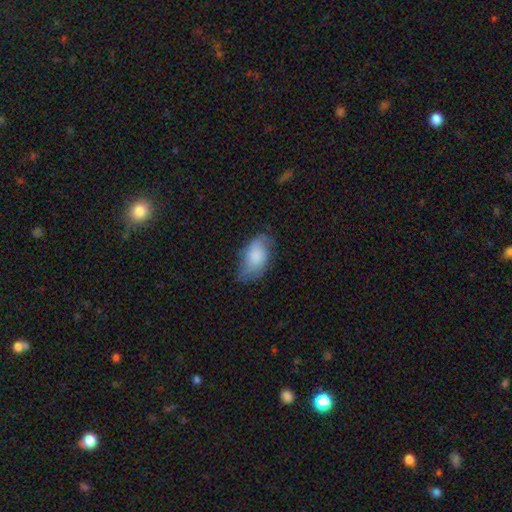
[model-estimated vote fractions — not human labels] Smooth or featured: smooth — 61% (featured or disk — 32%)
How rounded: in between — 92% (round — 6%)
Merging: none — 56% (minor disturbance — 30%)